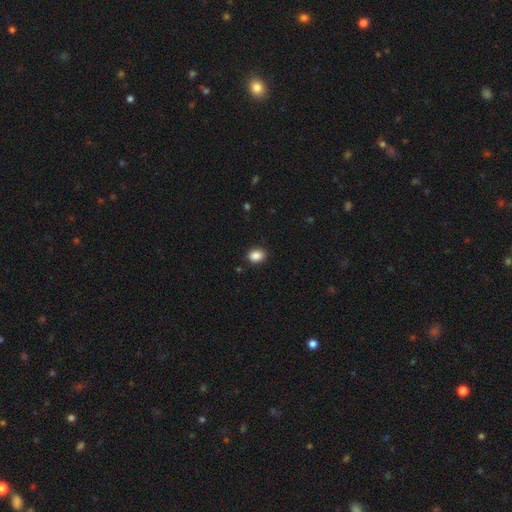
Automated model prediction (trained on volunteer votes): This appears to be a smooth galaxy with no disk features (88%) that is in between round and cigar-shaped (57%). Merging: none (89%).